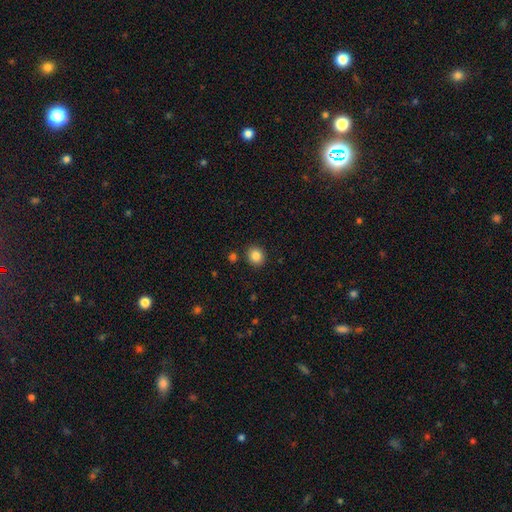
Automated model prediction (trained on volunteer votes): smooth-or-featured: smooth: 86% | star or artifact: 10% | featured or disk: 4%
  how-rounded: round: 78% | in between: 21% | cigar-shaped: 1%
  merging: none: 87% | minor disturbance: 7% | merger: 3% | major disturbance: 2%